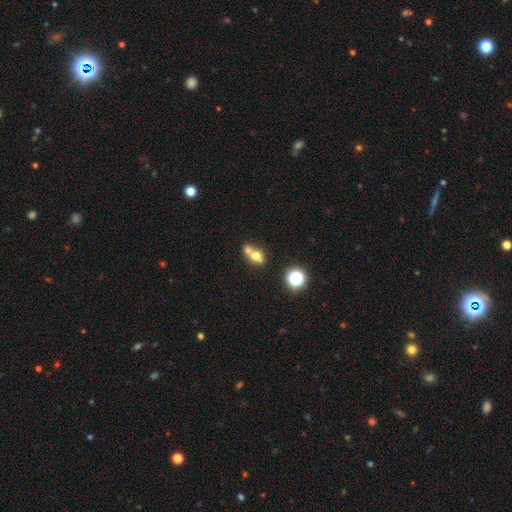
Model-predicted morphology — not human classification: type=smooth (64%); roundness=round (61%); merging=merger (61%).